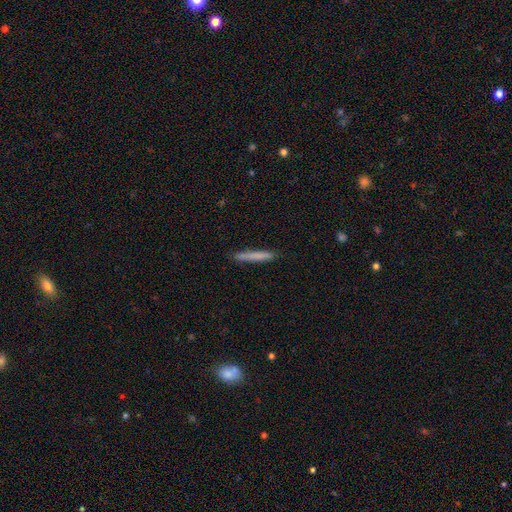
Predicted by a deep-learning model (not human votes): The model was most divided on "smooth or featured": smooth: 75%, featured or disk: 19%, star or artifact: 6%. More confident: how rounded — cigar-shaped (96%); merging — none (87%).